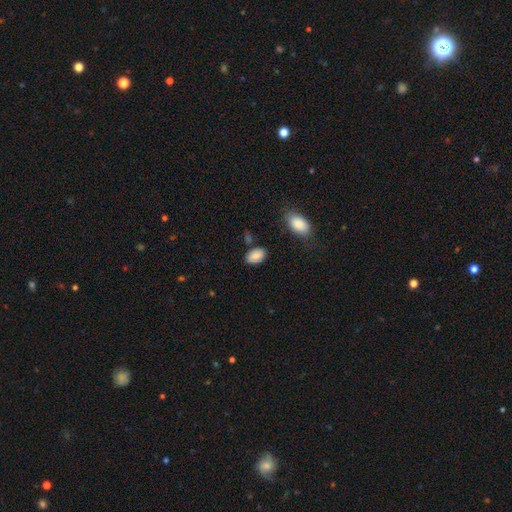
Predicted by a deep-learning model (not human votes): A smooth galaxy with no disk features (87%) that is in between round and cigar-shaped (92%).

Vote fractions:
- Smooth or featured? smooth: 87% / star or artifact: 7% / featured or disk: 5%
- How rounded? in between: 92% / round: 6% / cigar-shaped: 1%
- Merging? none: 79% / minor disturbance: 14% / merger: 4% / major disturbance: 3%